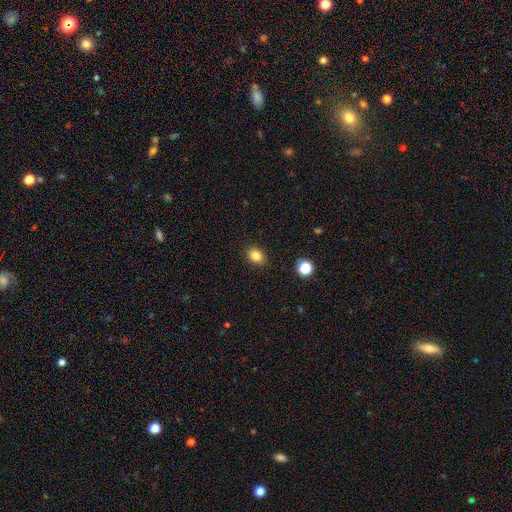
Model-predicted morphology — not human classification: type=smooth (83%); roundness=in between (58%); merging=none (87%).